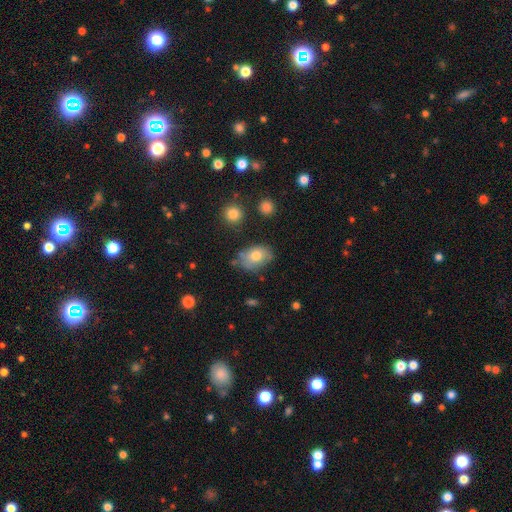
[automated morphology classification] This is likely a smooth galaxy (73%). How rounded: clearly in between (80%). Merging: likely none (63%).